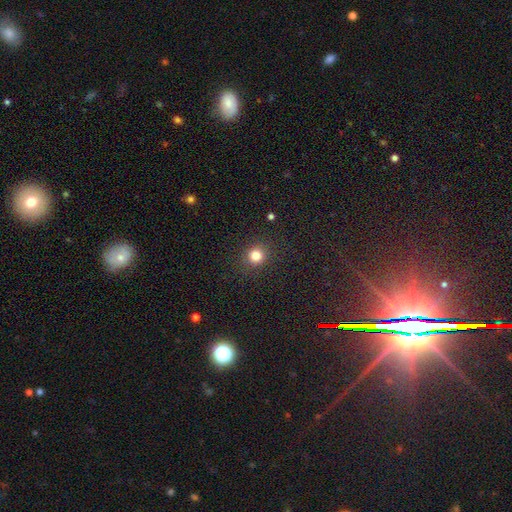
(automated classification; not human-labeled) Morphology: type=smooth (82%); roundness=round (86%); merging=none (88%).